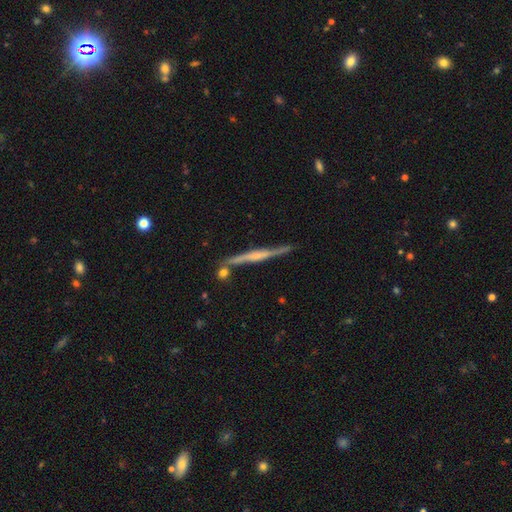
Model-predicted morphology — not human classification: Smooth or featured: featured or disk — 73% (smooth — 21%)
Edge-on disk: yes — 97% (no — 3%)
Edge-on bulge: rounded — 45% (none — 35%)
Merging: none — 80% (minor disturbance — 12%)